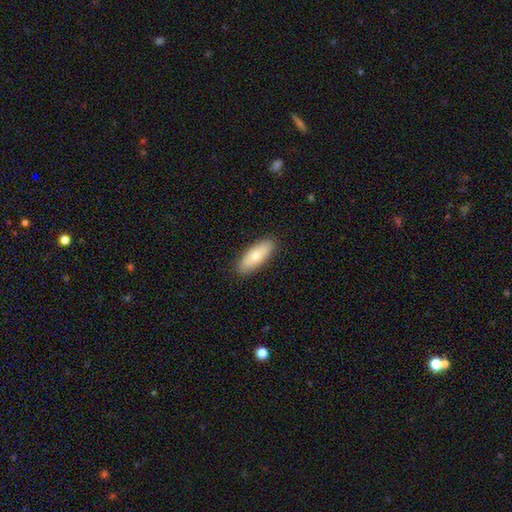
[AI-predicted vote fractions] A smooth galaxy with no disk features (73%) that is in between round and cigar-shaped (71%). Merging: none (89%).